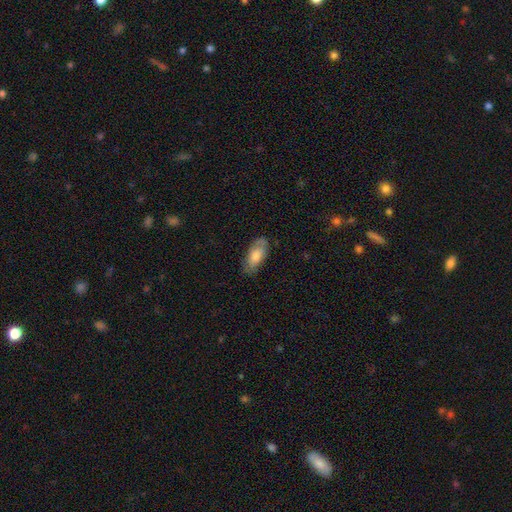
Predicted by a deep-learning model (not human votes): Smooth or featured?
  - smooth: 72% *
  - featured or disk: 21%
  - star or artifact: 6%
How rounded?
  - in between: 86% *
  - cigar-shaped: 11%
  - round: 2%
Merging?
  - none: 75% *
  - minor disturbance: 19%
  - major disturbance: 5%
  - merger: 1%